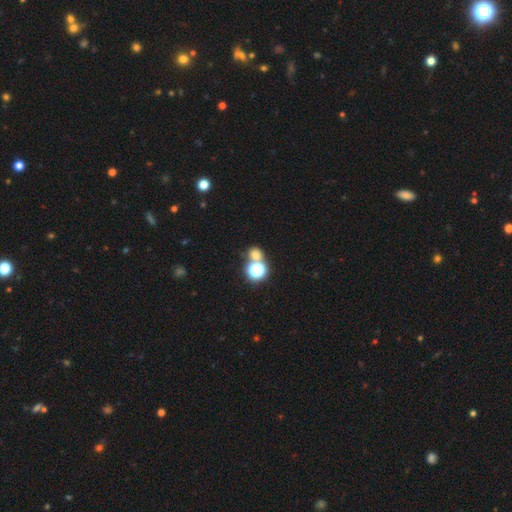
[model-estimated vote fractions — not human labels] Smooth or featured?
  - smooth: 62% *
  - star or artifact: 30%
  - featured or disk: 8%
How rounded?
  - round: 76% *
  - in between: 23%
  - cigar-shaped: 1%
Merging?
  - none: 55% *
  - merger: 33%
  - minor disturbance: 8%
  - major disturbance: 4%